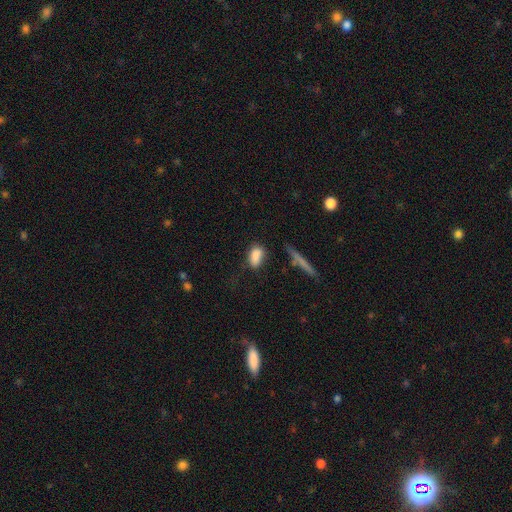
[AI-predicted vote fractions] smooth_or_featured: smooth (p=0.84) [alt: star or artifact p=0.08]
how_rounded: in between (p=0.86) [alt: round p=0.07]
merging: none (p=0.57) [alt: minor disturbance p=0.25]